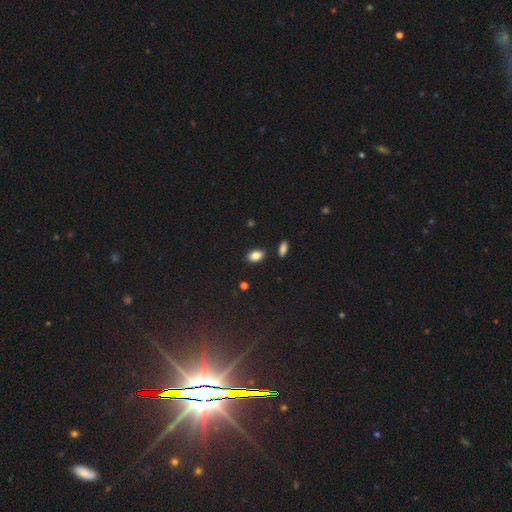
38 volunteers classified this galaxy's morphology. This is clearly a smooth galaxy (92%). How rounded: clearly in between (80%). Merging: likely none (75%).